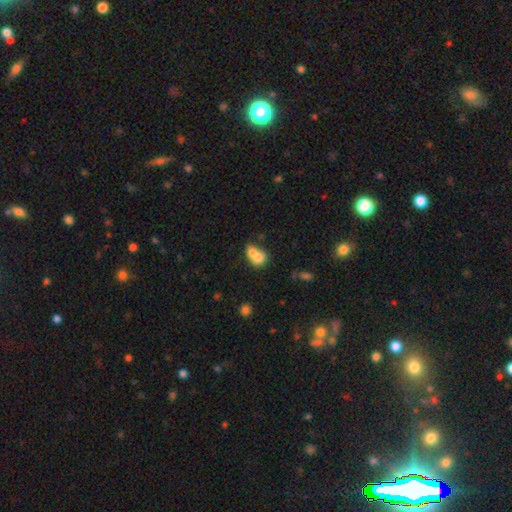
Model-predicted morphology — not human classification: A smooth galaxy with no disk features (71%) that is round (52%). Merging: merger (69%).